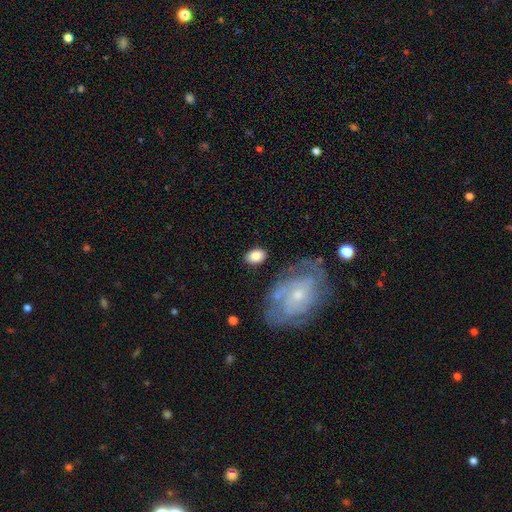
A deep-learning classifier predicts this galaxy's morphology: A smooth galaxy with no disk features (80%) that is in between round and cigar-shaped (83%).

Vote fractions:
- Smooth or featured? smooth: 80% / featured or disk: 14% / star or artifact: 6%
- How rounded? in between: 83% / round: 15% / cigar-shaped: 1%
- Merging? none: 78% / minor disturbance: 13% / major disturbance: 5% / merger: 4%